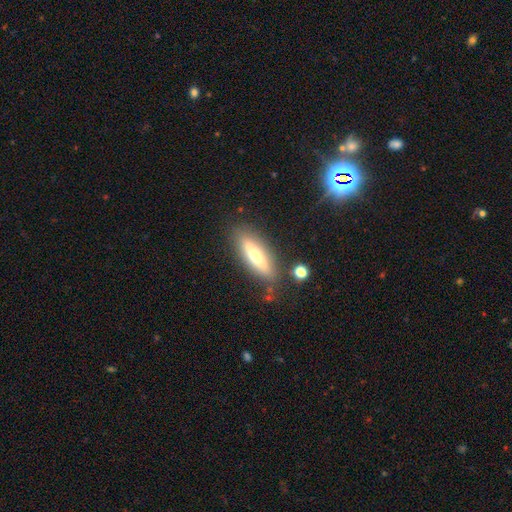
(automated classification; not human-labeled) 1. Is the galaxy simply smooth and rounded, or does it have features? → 58% smooth, 35% featured or disk, 7% star or artifact.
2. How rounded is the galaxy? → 58% cigar-shaped, 40% in between, 2% round.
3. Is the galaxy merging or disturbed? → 80% none, 13% minor disturbance, 4% major disturbance, 3% merger.